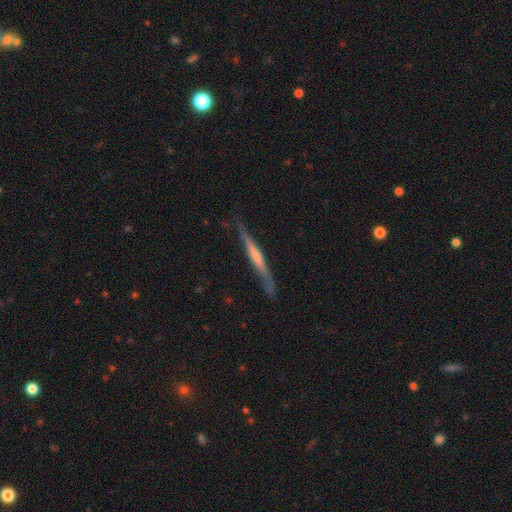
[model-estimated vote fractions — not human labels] Smooth or featured? Predicted: featured or disk (p=0.72). Edge-on disk? Predicted: yes (p=0.96). Edge-on bulge? Predicted: rounded (p=0.51). Merging? Predicted: none (p=0.82).